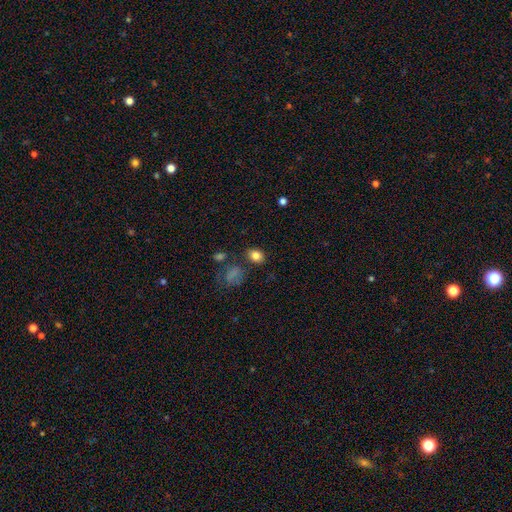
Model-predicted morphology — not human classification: Smooth or featured? Predicted: smooth (p=0.82). How rounded? Predicted: in between (p=0.53). Merging? Predicted: none (p=0.78).